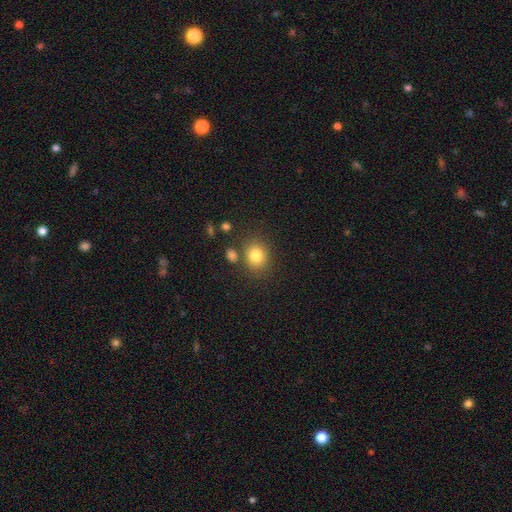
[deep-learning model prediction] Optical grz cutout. It shows a smooth galaxy with no disk features (81%) that is round (69%). Merging: none (75%).